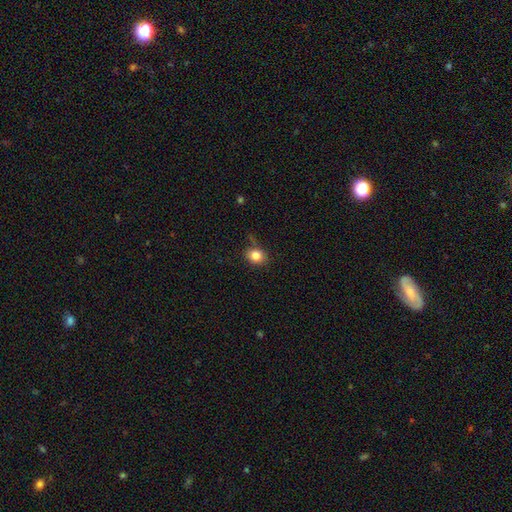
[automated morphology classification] A smooth galaxy with no disk features (83%) that is round (65%). Merging: none (73%).